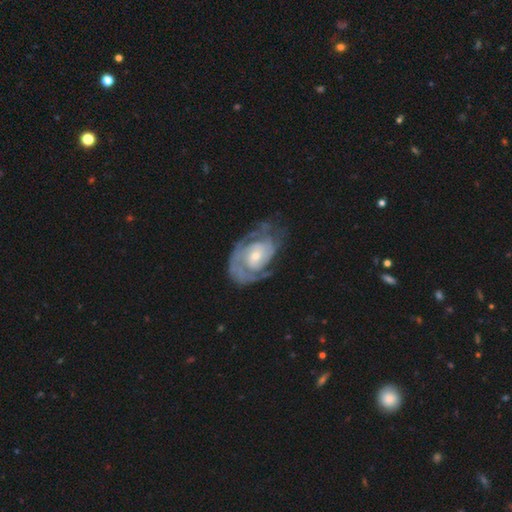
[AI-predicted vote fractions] Smooth or featured?
  - featured or disk: 86% *
  - smooth: 9%
  - star or artifact: 5%
Edge-on disk?
  - no: 97% *
  - yes: 3%
Bar?
  - no: 68% *
  - weak: 27%
  - strong: 6%
Spiral arms?
  - yes: 93% *
  - no: 7%
Spiral winding?
  - tight: 64% *
  - medium: 28%
  - loose: 8%
Spiral arm count?
  - 2: 40% *
  - can't tell: 30%
  - 3: 13%
  - 1: 9%
  - 4: 5%
  - more than 4: 4%
Bulge size?
  - small: 48% *
  - moderate: 47%
  - large: 3%
  - none: 1%
  - dominant: 1%
Merging?
  - none: 59% *
  - minor disturbance: 22%
  - major disturbance: 16%
  - merger: 2%